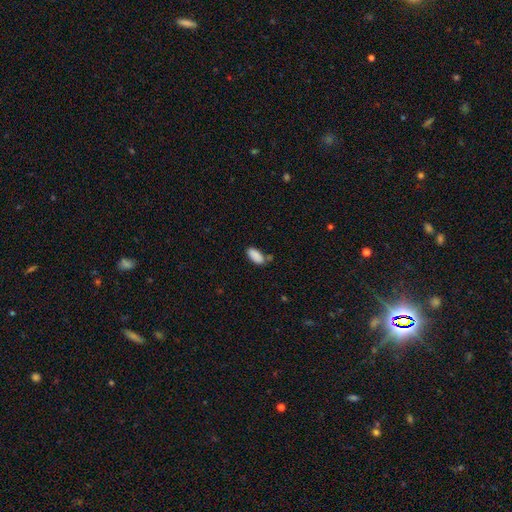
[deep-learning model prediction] Morphology: type=smooth (88%); roundness=in between (90%); merging=none (65%).